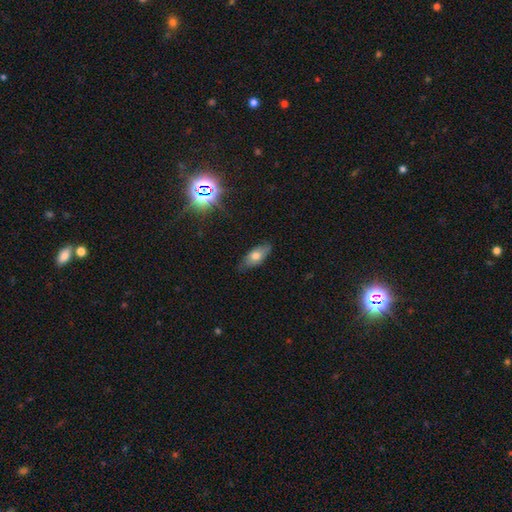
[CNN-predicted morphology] Smooth or featured: smooth — 67% (featured or disk — 23%)
How rounded: in between — 81% (cigar-shaped — 15%)
Merging: none — 76% (minor disturbance — 19%)